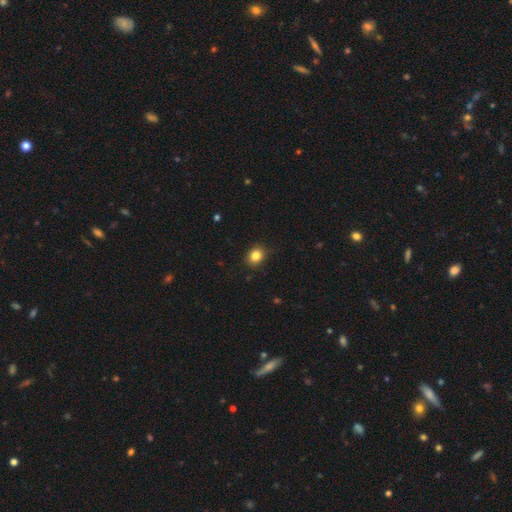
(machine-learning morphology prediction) Smooth or featured? Predicted: smooth (p=0.84). How rounded? Predicted: round (p=0.69). Merging? Predicted: none (p=0.86).